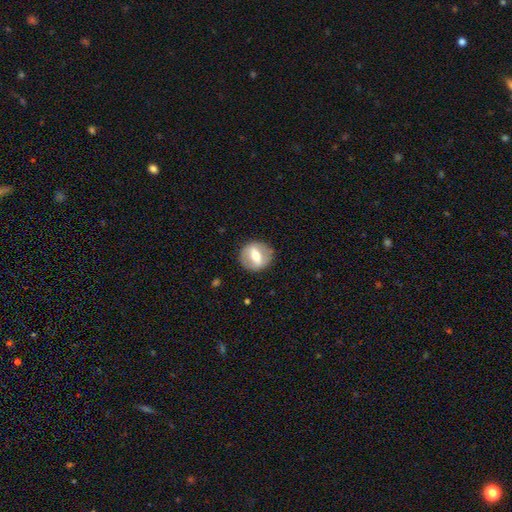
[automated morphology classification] Smooth or featured: featured or disk — 55% (smooth — 39%)
Edge-on disk: no — 80% (yes — 20%)
Merging: none — 85% (minor disturbance — 10%)